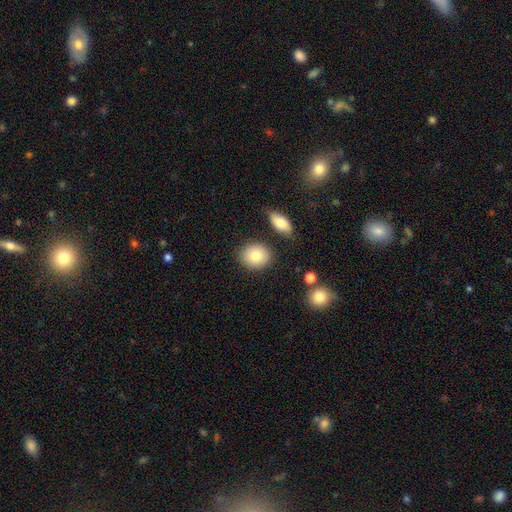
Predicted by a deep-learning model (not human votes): Overall: smooth (80%). How rounded: round (63%; in between 36%). Merging: none (81%).